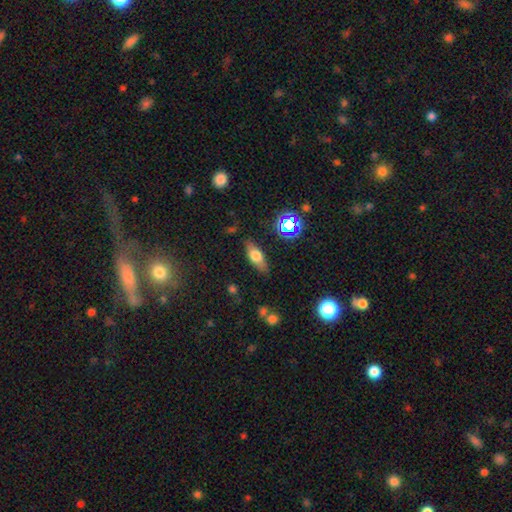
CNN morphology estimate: Overall: smooth (66%). How rounded: in between (70%). Merging: none (82%).